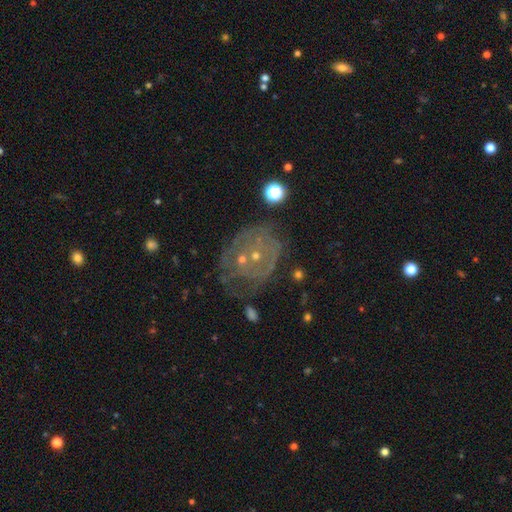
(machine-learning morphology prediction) A featured or disk galaxy (67%) with no bar (82%), spiral arms (61%) and a small central bulge (77%). Merging: none (54%).